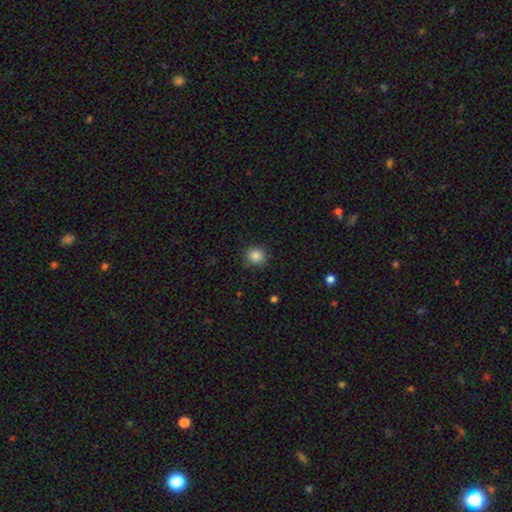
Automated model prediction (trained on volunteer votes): Q: Smooth or featured?
A: smooth (86%); runner-up: star or artifact (10%)
Q: How rounded?
A: round (89%); runner-up: in between (11%)
Q: Merging?
A: none (84%); runner-up: minor disturbance (12%)